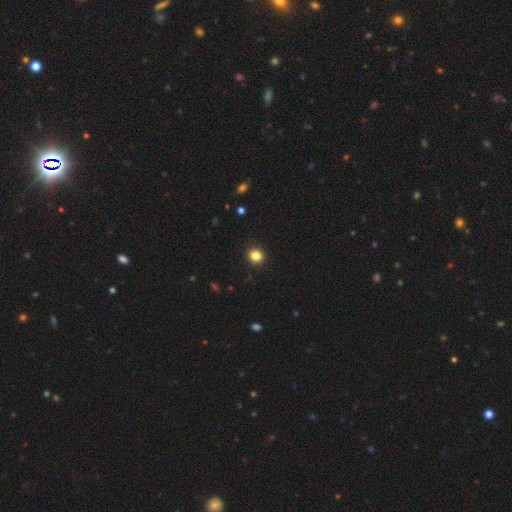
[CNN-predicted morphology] This appears to be a smooth galaxy with no disk features (84%) that is round (83%). Merging: none (92%).